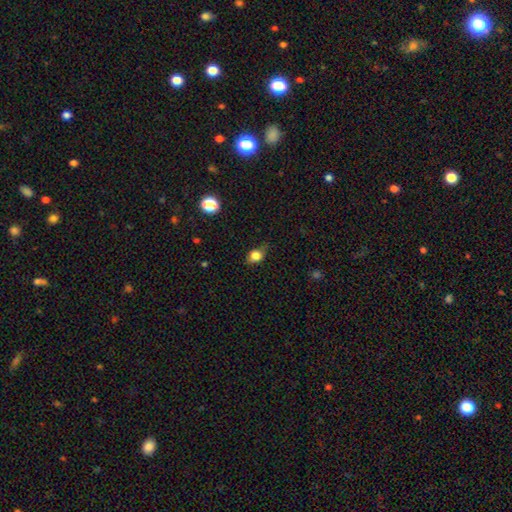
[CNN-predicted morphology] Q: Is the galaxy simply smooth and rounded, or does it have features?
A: smooth — 80%.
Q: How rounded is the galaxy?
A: in between — 61%.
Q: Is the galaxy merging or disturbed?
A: none — 68%.